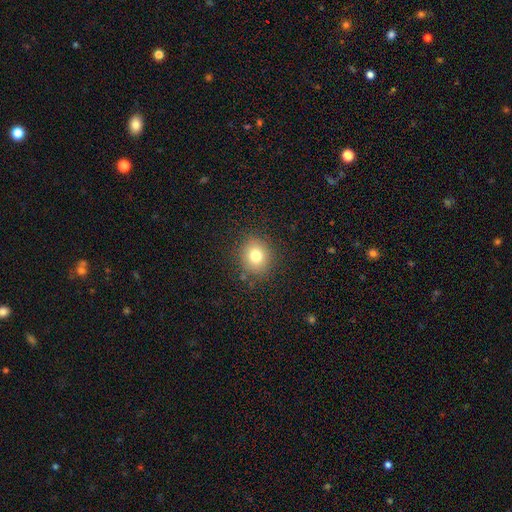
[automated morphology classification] A smooth galaxy with no disk features (77%) that is round (82%). Merging: none (87%).